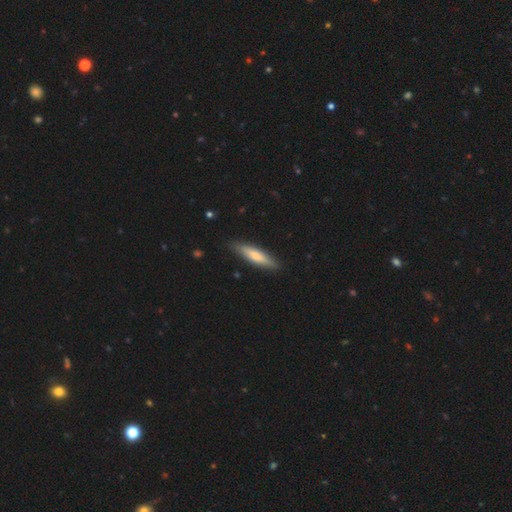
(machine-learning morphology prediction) A smooth galaxy with no disk features (68%) that is cigar-shaped (80%).

Vote fractions:
- Smooth or featured? smooth: 68% / featured or disk: 27% / star or artifact: 5%
- How rounded? cigar-shaped: 80% / in between: 19% / round: 1%
- Merging? none: 87% / minor disturbance: 10% / major disturbance: 2% / merger: 1%